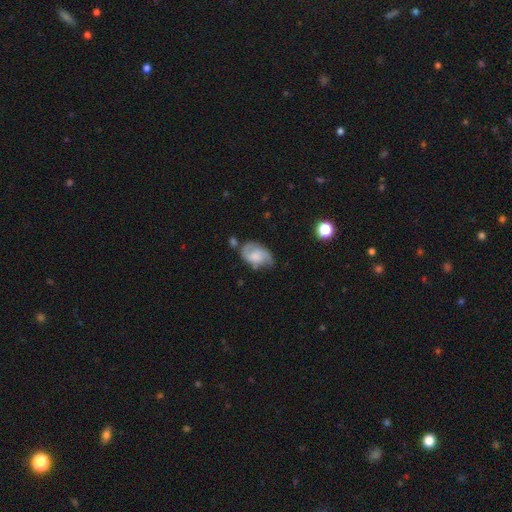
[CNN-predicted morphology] Smooth or featured? Predicted: featured or disk (p=0.58). Edge-on disk? Predicted: no (p=0.97). Bar? Predicted: no (p=0.62). Spiral arms? Predicted: yes (p=0.85). Bulge size? Predicted: none (p=0.33). Merging? Predicted: none (p=0.51).